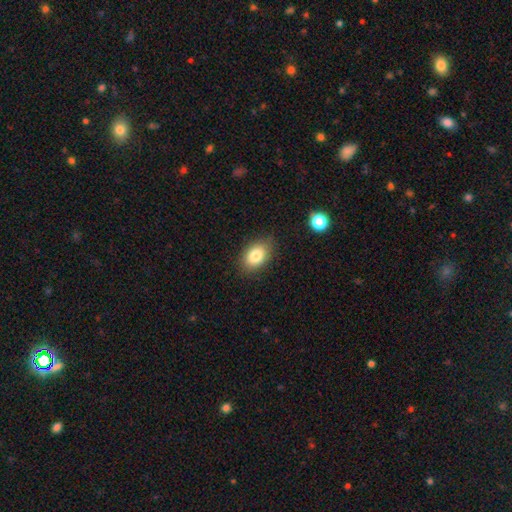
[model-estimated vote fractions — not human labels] A smooth galaxy with no disk features (83%) that is in between round and cigar-shaped (84%). Merging: none (84%).